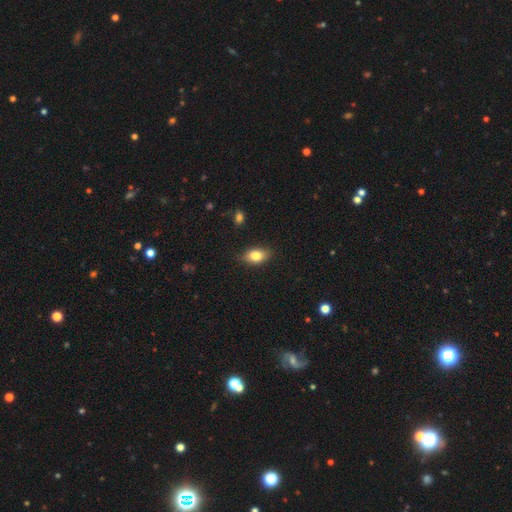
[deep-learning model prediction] smooth_or_featured: smooth (p=0.81) [alt: featured or disk p=0.11]
how_rounded: in between (p=0.84) [alt: round p=0.12]
merging: none (p=0.82) [alt: minor disturbance p=0.14]